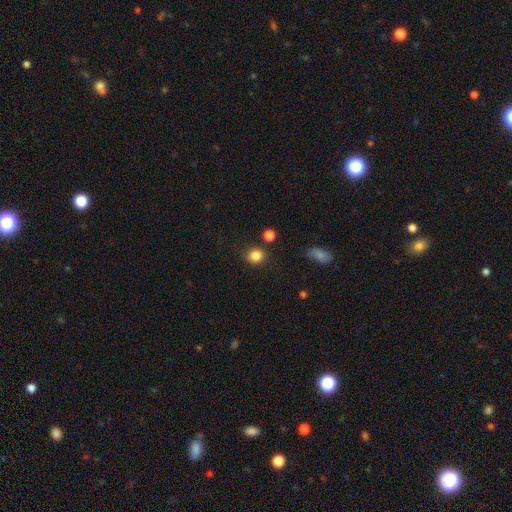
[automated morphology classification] Smooth or featured: smooth — 85% (star or artifact — 11%)
How rounded: round — 82% (in between — 18%)
Merging: none — 84% (minor disturbance — 9%)